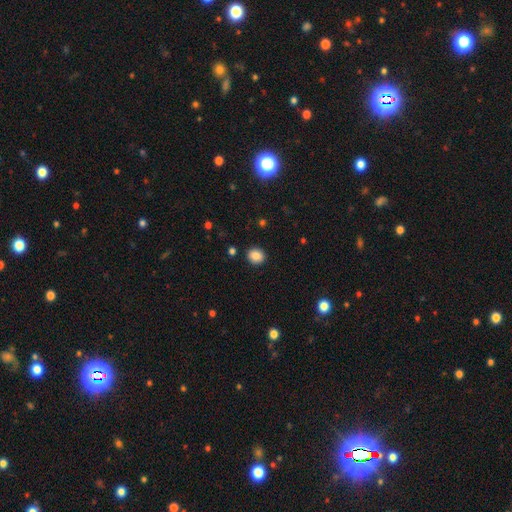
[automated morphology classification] This is clearly a smooth galaxy (85%). How rounded: likely round (75%). Merging: clearly none (91%).